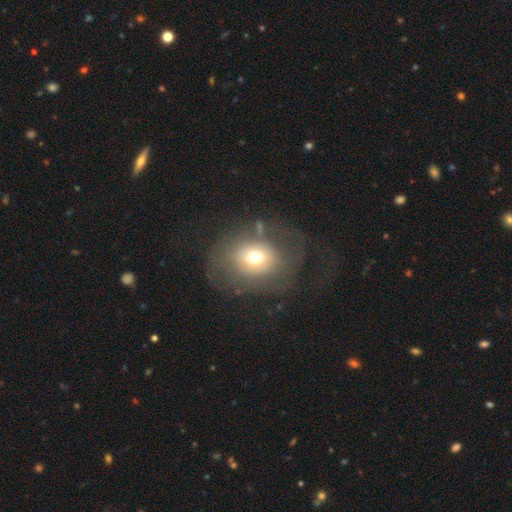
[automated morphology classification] Q: Smooth or featured?
A: featured or disk (46%); runner-up: smooth (41%)
Q: Merging?
A: none (59%); runner-up: major disturbance (20%)